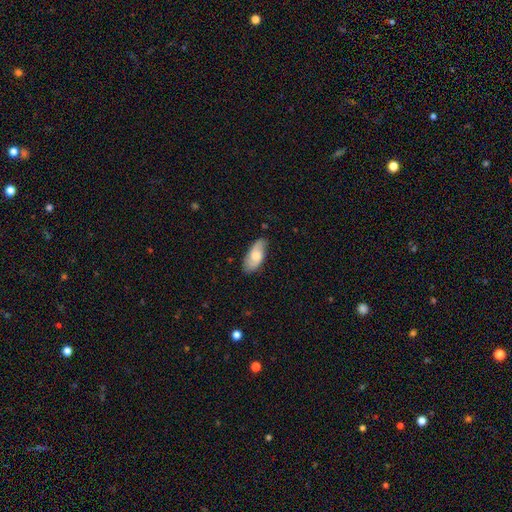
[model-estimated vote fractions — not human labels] Q: Smooth or featured?
A: smooth (60%); runner-up: featured or disk (34%)
Q: How rounded?
A: in between (88%); runner-up: cigar-shaped (9%)
Q: Merging?
A: none (75%); runner-up: minor disturbance (20%)